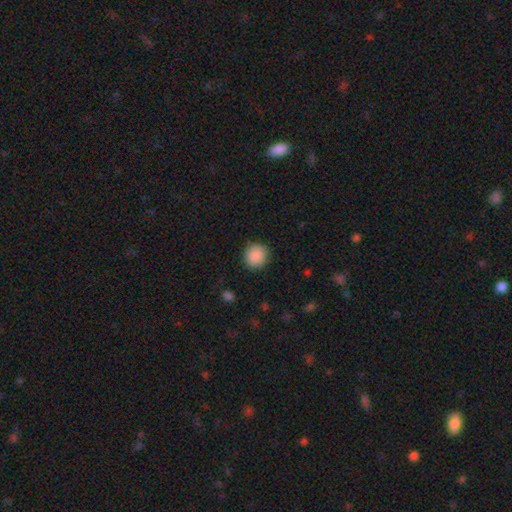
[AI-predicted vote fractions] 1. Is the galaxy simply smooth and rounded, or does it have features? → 89% smooth, 8% star or artifact, 3% featured or disk.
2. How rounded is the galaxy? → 90% round, 9% in between, 1% cigar-shaped.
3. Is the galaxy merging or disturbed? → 90% none, 7% minor disturbance, 2% major disturbance, 1% merger.